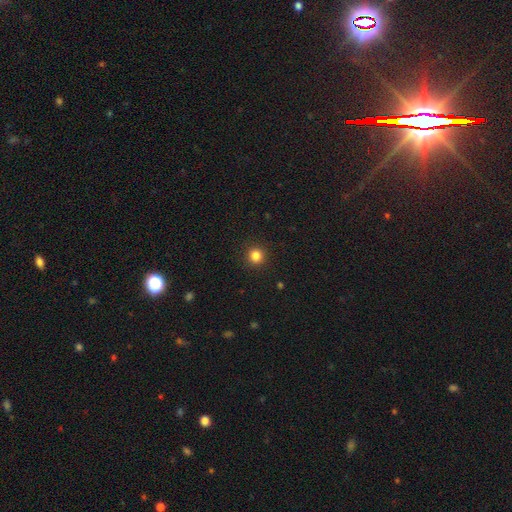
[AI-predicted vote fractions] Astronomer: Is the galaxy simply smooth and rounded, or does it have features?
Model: smooth — 84%.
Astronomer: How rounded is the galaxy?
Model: round — 93%.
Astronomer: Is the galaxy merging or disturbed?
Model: none — 92%.